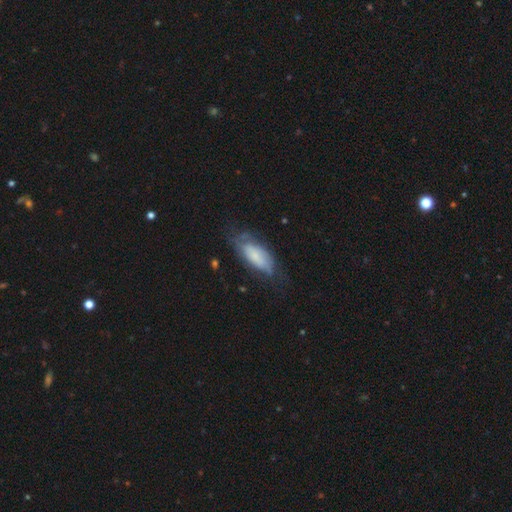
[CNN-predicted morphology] Overall: smooth (58%; featured or disk 34%). How rounded: in between (83%). Merging: none (50%; minor disturbance 30%).